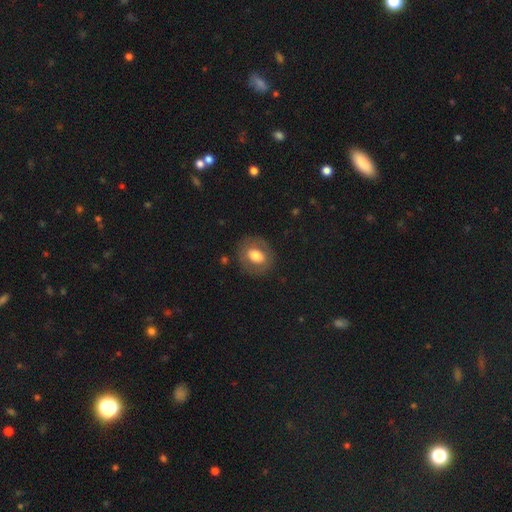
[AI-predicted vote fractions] smooth_or_featured: smooth (p=0.62) [alt: featured or disk p=0.30]
how_rounded: round (p=0.52) [alt: in between p=0.47]
merging: none (p=0.80) [alt: minor disturbance p=0.13]